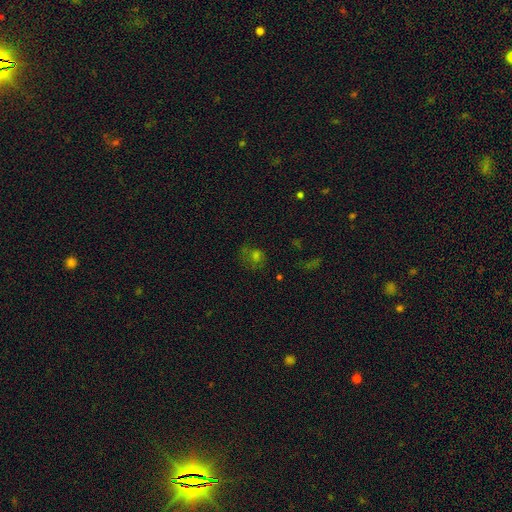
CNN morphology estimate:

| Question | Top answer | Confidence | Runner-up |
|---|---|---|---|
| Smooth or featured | smooth | 47% | star or artifact (32%) |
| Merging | none | 54% | major disturbance (22%) |